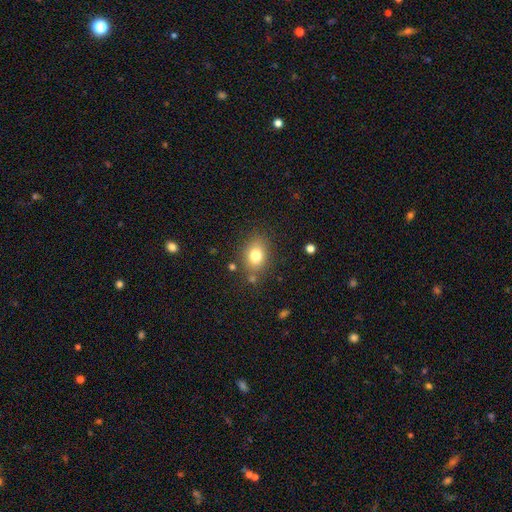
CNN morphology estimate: This is likely a smooth galaxy (78%). How rounded: likely in between (60%). Merging: likely none (78%).